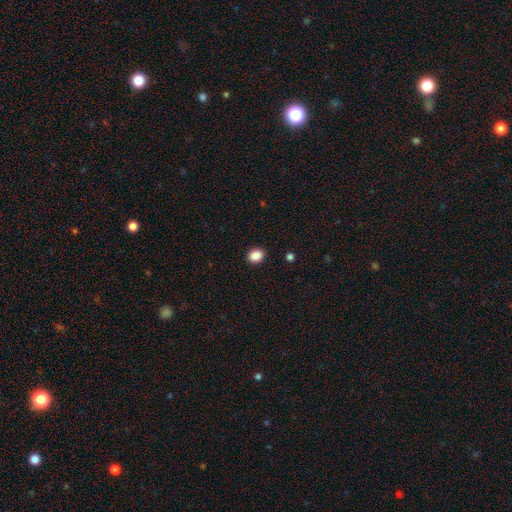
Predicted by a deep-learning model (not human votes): smooth 88%, star or artifact 9%, featured or disk 3%. Down the decision tree: how rounded — round (55%); merging — none (91%).